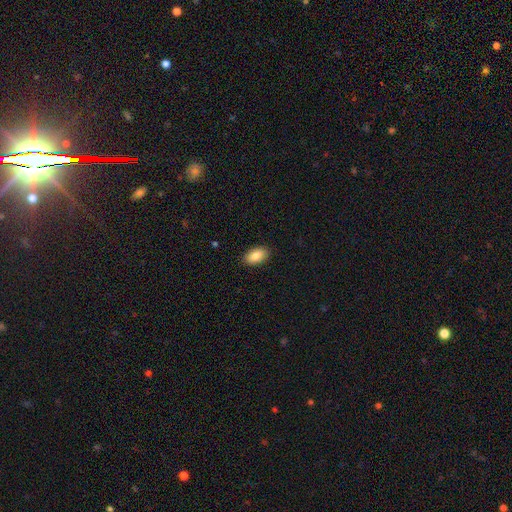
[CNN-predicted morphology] smooth-or-featured: smooth: 87% | star or artifact: 7% | featured or disk: 6%
  how-rounded: in between: 94% | round: 4% | cigar-shaped: 2%
  merging: none: 89% | minor disturbance: 8% | major disturbance: 2% | merger: 1%